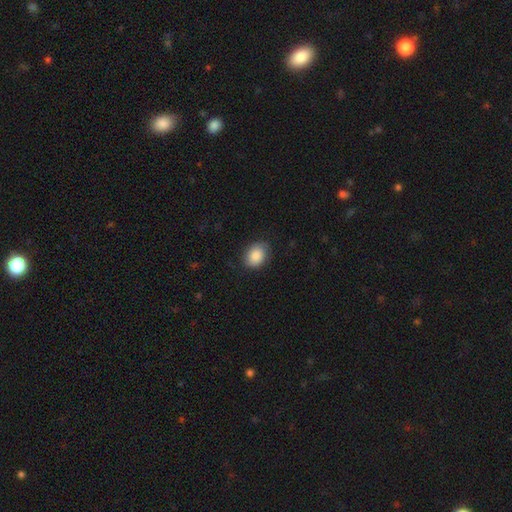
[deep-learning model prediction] Smooth or featured: smooth — 87% (star or artifact — 7%)
How rounded: in between — 63% (round — 37%)
Merging: none — 81% (minor disturbance — 14%)